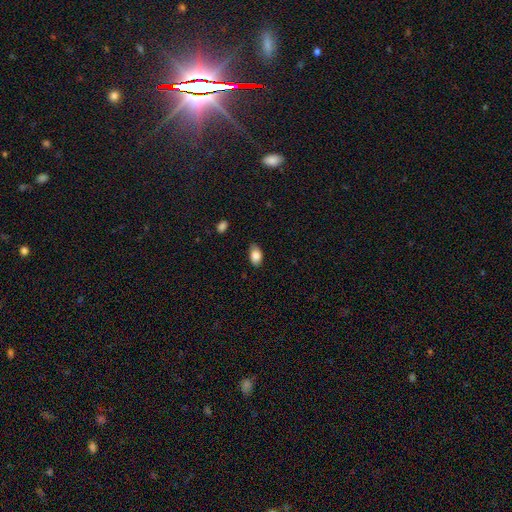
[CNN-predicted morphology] type=smooth (86%); roundness=in between (92%); merging=none (78%).